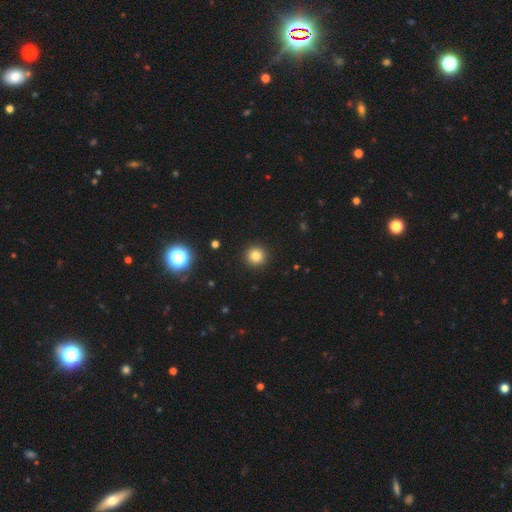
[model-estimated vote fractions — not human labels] This appears to be a smooth galaxy with no disk features (81%) that is round (95%). Merging: none (93%).